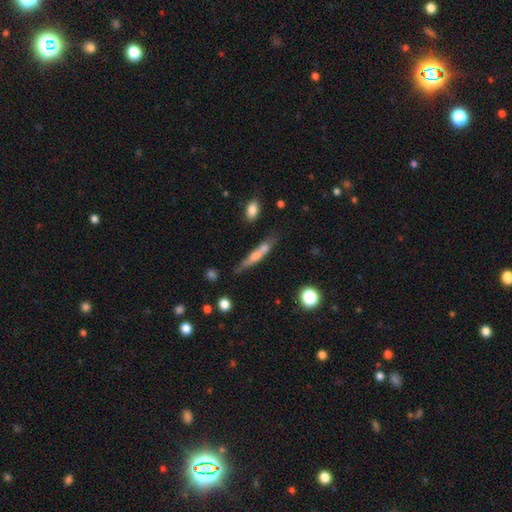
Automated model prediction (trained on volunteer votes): smooth_or_featured: smooth (p=0.52) [alt: featured or disk p=0.39]
how_rounded: cigar-shaped (p=0.89) [alt: in between p=0.09]
merging: none (p=0.66) [alt: minor disturbance p=0.18]